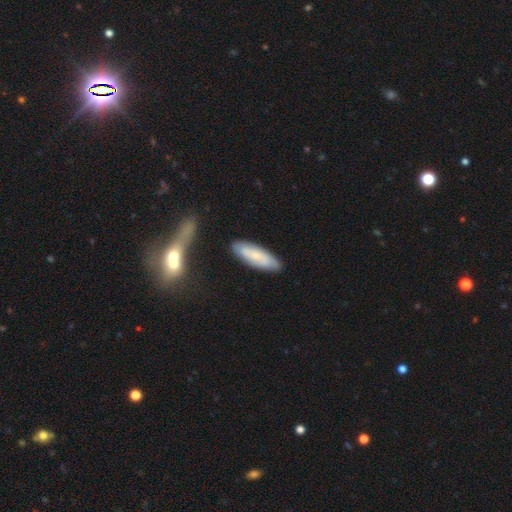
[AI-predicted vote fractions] This is likely a smooth galaxy (61%). How rounded: possibly cigar-shaped (50%). Merging: clearly none (82%).